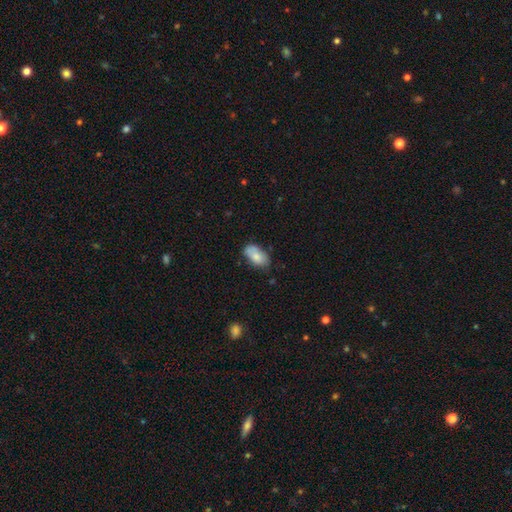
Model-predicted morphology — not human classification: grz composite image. It shows a smooth galaxy with no disk features (76%) that is in between round and cigar-shaped (93%). Merging: none (59%).